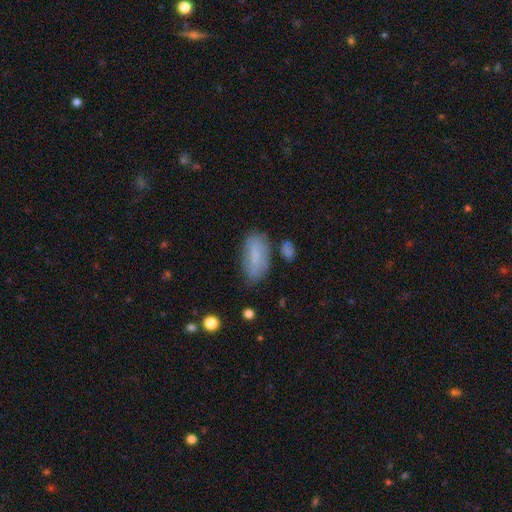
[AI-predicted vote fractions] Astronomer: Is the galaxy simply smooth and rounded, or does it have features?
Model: smooth — 69%.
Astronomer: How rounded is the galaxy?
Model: in between — 85%.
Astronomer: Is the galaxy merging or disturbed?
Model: none — 71%.